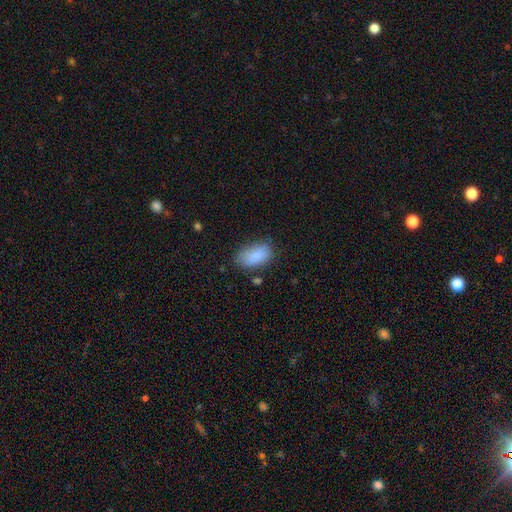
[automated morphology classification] Q: Smooth or featured?
A: smooth (87%); runner-up: star or artifact (7%)
Q: How rounded?
A: in between (93%); runner-up: round (4%)
Q: Merging?
A: none (71%); runner-up: minor disturbance (21%)